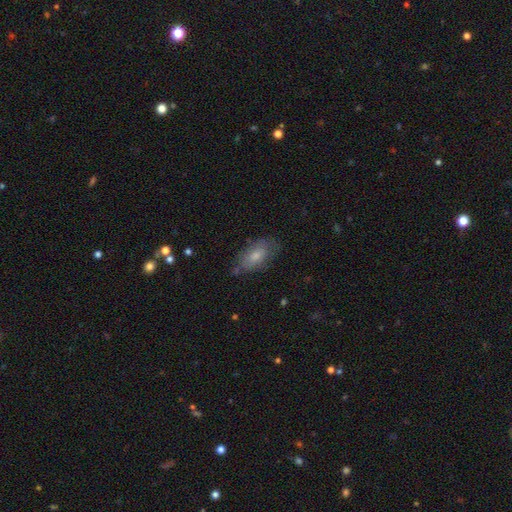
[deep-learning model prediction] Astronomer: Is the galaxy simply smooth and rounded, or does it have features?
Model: smooth — 72%.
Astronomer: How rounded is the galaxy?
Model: in between — 90%.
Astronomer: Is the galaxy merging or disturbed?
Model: none — 65%.